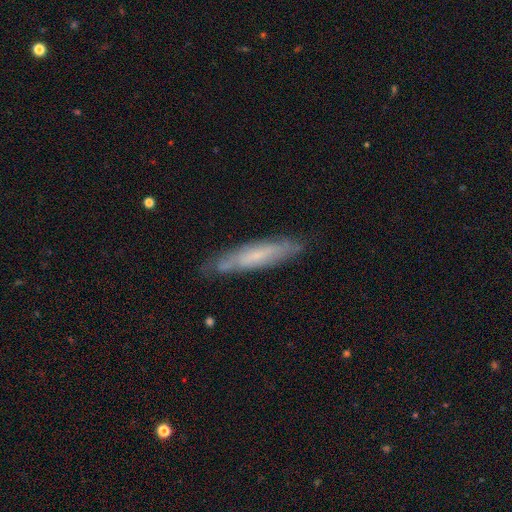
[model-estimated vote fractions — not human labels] A featured or disk galaxy (47%). Merging: none (78%).